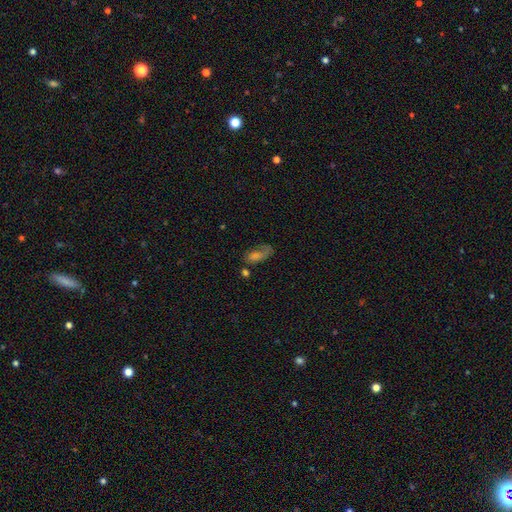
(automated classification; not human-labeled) Smooth or featured: smooth — 45% (featured or disk — 35%)
Merging: none — 47% (minor disturbance — 23%)